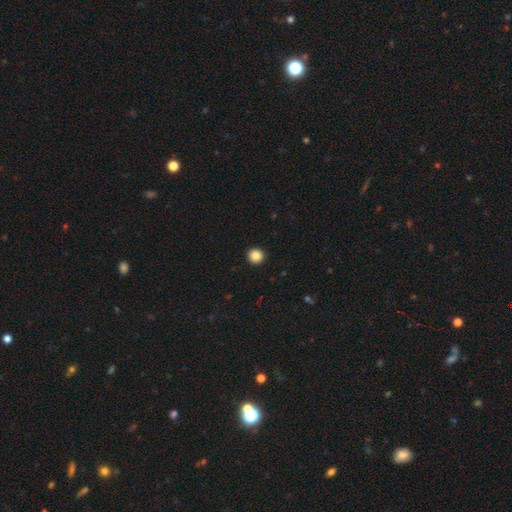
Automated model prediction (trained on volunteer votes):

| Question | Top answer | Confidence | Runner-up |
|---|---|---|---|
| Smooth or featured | smooth | 87% | star or artifact (10%) |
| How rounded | round | 96% | in between (3%) |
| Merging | none | 94% | minor disturbance (4%) |